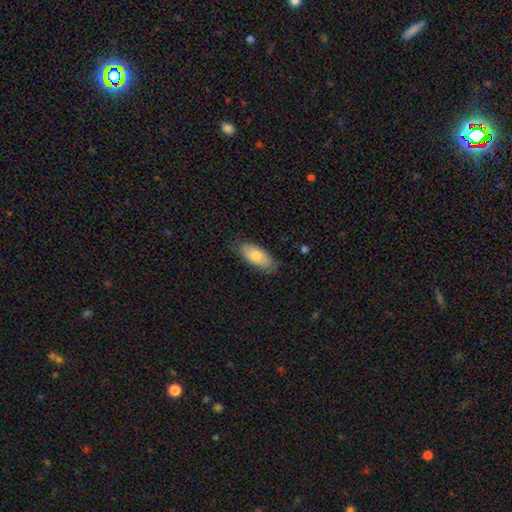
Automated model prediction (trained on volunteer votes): A smooth galaxy with no disk features (78%) that is in between round and cigar-shaped (87%). Merging: none (75%).